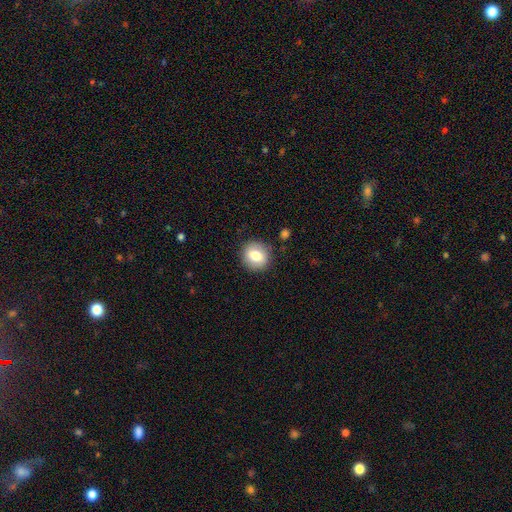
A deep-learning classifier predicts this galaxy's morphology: type=smooth (78%); roundness=round (86%); merging=none (88%).